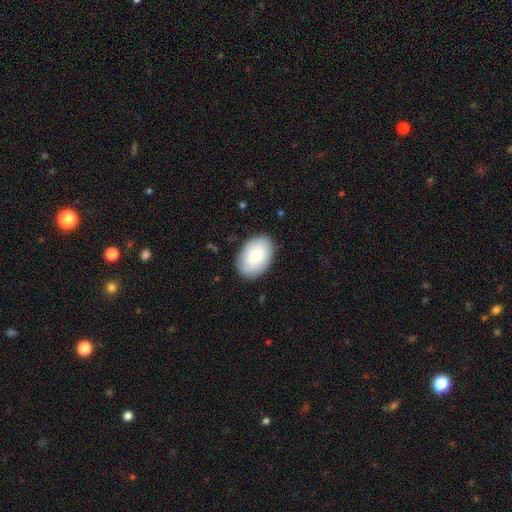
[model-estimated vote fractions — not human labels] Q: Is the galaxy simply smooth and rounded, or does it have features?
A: smooth — 80%.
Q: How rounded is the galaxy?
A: in between — 89%.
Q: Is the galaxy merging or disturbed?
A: none — 87%.